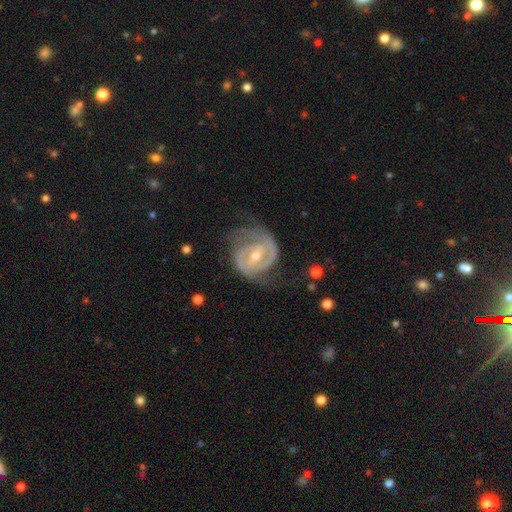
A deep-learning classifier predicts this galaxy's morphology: Q: Smooth or featured?
A: featured or disk (89%); runner-up: smooth (6%)
Q: Edge-on disk?
A: no (97%); runner-up: yes (3%)
Q: Bar?
A: weak (45%); runner-up: strong (34%)
Q: Spiral arms?
A: yes (96%); runner-up: no (4%)
Q: Spiral winding?
A: tight (51%); runner-up: medium (38%)
Q: Spiral arm count?
A: 2 (76%); runner-up: 3 (9%)
Q: Bulge size?
A: moderate (52%); runner-up: small (45%)
Q: Merging?
A: none (64%); runner-up: minor disturbance (21%)